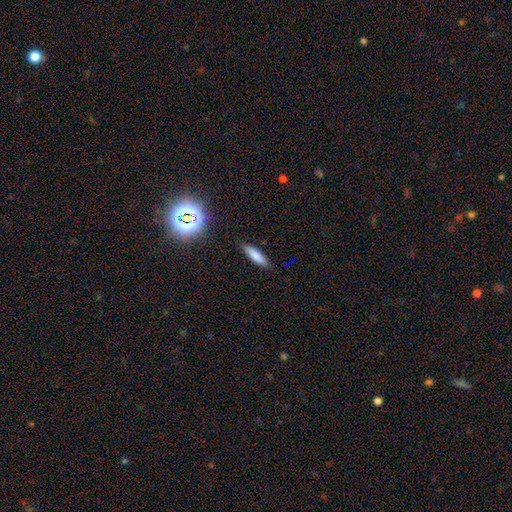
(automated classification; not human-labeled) Smooth or featured: smooth — 76% (featured or disk — 13%)
How rounded: cigar-shaped — 70% (in between — 28%)
Merging: none — 86% (minor disturbance — 11%)